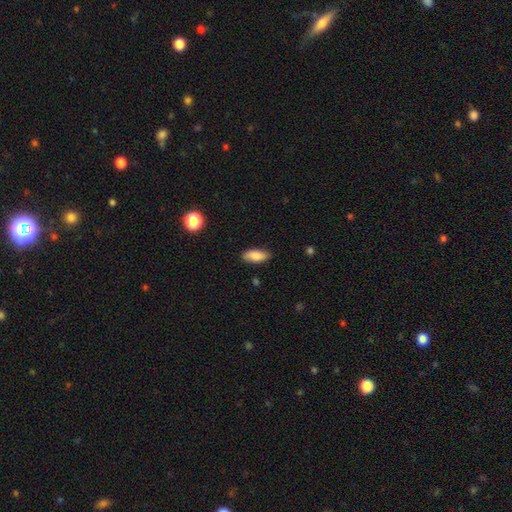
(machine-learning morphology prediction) type=smooth (83%); roundness=in between (82%); merging=none (83%).